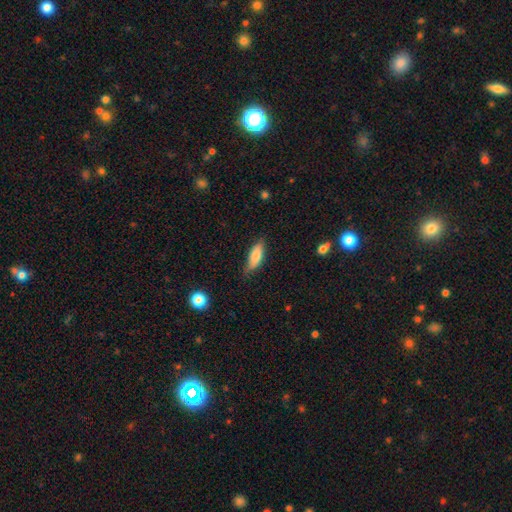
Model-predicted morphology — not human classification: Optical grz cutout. It shows a smooth galaxy with no disk features (78%) that is in between round and cigar-shaped (67%). Merging: none (74%).